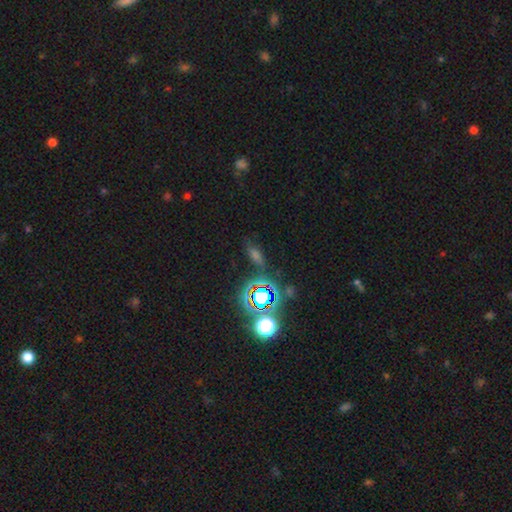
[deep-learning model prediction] This appears to be a star or artifact, not a galaxy (46%).